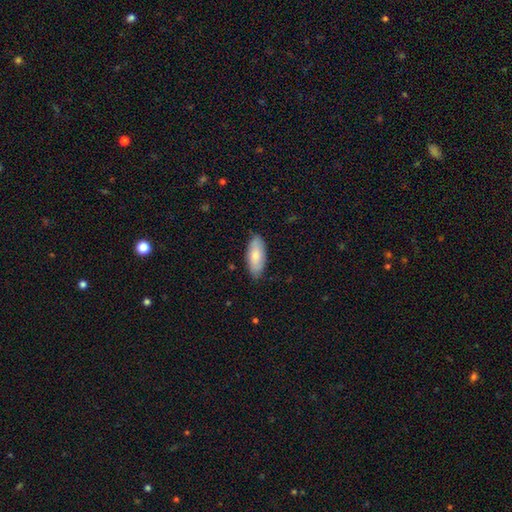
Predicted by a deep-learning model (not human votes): Smooth or featured: smooth — 78% (featured or disk — 17%)
How rounded: in between — 83% (cigar-shaped — 15%)
Merging: none — 82% (minor disturbance — 15%)